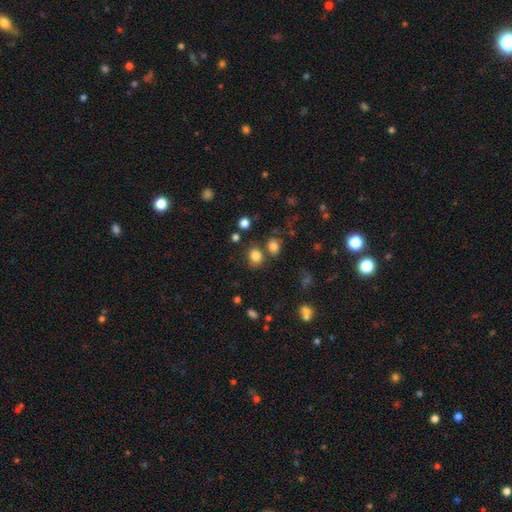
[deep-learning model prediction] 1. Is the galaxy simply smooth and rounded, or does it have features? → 82% smooth, 13% star or artifact, 5% featured or disk.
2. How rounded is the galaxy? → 62% round, 38% in between, 1% cigar-shaped.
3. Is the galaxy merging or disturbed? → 70% none, 14% merger, 11% minor disturbance, 4% major disturbance.